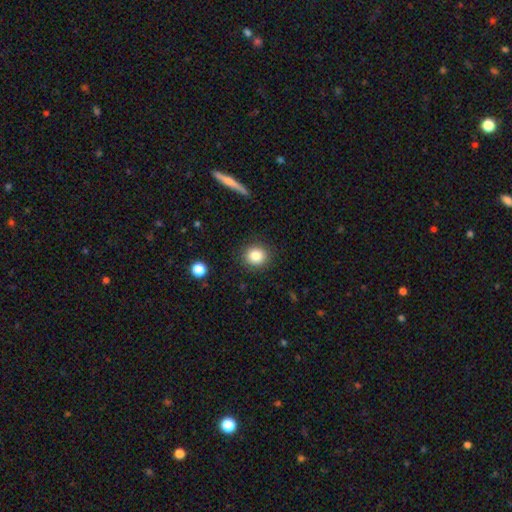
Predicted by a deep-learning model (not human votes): smooth_or_featured: smooth (p=0.84) [alt: star or artifact p=0.10]
how_rounded: round (p=0.85) [alt: in between p=0.14]
merging: none (p=0.90) [alt: minor disturbance p=0.07]